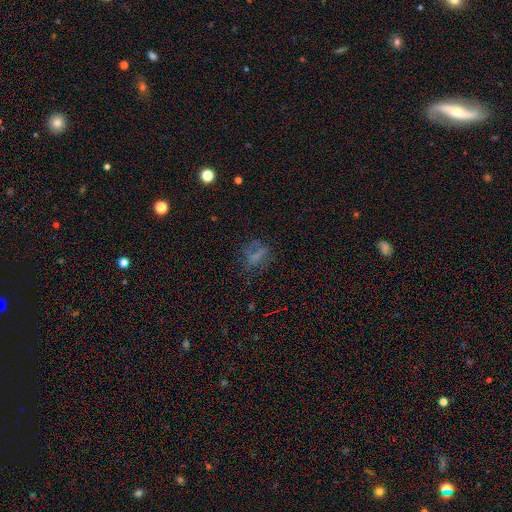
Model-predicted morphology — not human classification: Q: Smooth or featured?
A: smooth (43%); runner-up: featured or disk (29%)
Q: Merging?
A: none (54%); runner-up: major disturbance (23%)